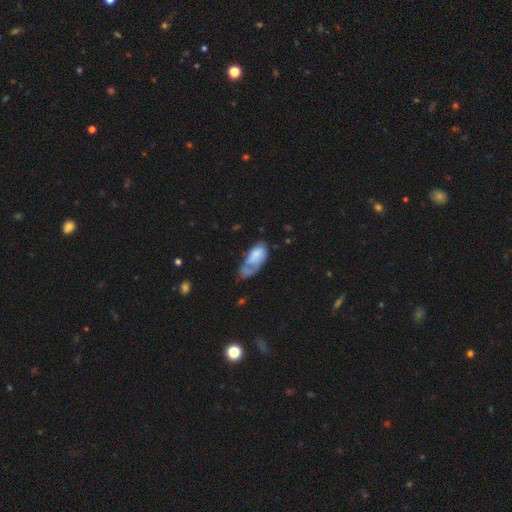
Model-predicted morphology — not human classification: Q: Smooth or featured?
A: smooth (63%); runner-up: featured or disk (30%)
Q: How rounded?
A: in between (88%); runner-up: cigar-shaped (9%)
Q: Merging?
A: major disturbance (30%); tied with: minor disturbance (30%)